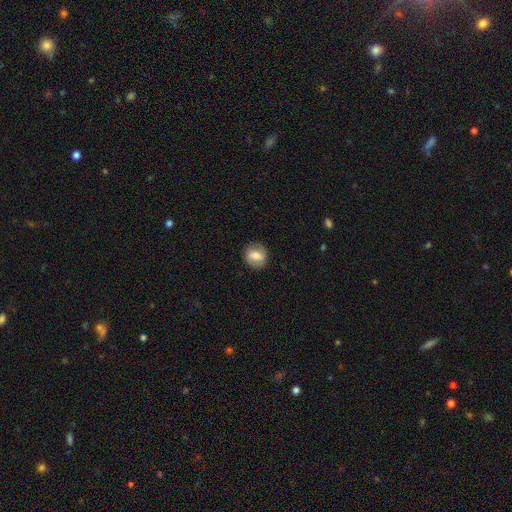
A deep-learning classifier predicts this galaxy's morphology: Overall: smooth (63%; featured or disk 29%). How rounded: round (76%). Merging: none (86%).